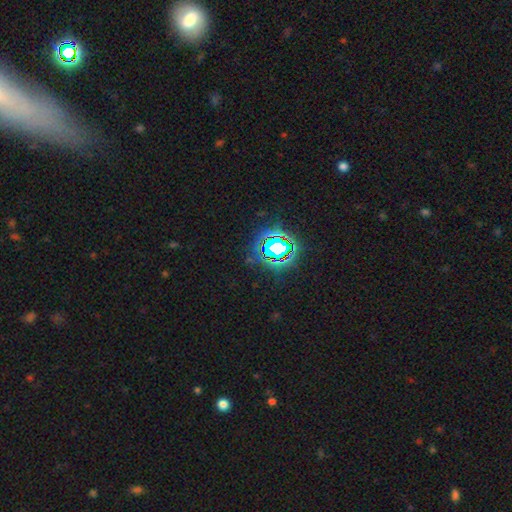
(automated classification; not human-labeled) A star or artifact, not a galaxy (80%).

Vote fractions:
- Smooth or featured? star or artifact: 80% / smooth: 12% / featured or disk: 8%